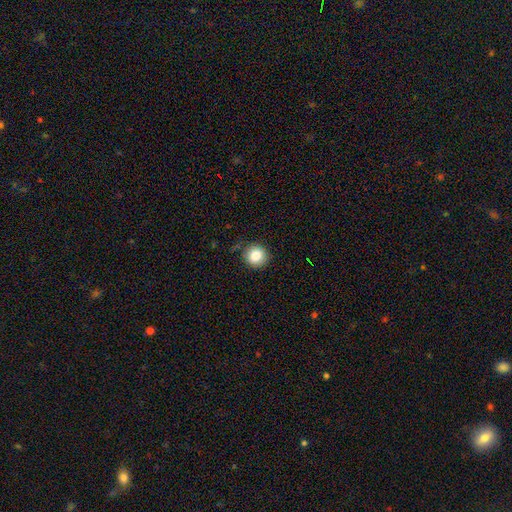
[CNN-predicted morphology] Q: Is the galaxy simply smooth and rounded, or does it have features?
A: smooth — 84%.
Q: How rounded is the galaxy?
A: round — 92%.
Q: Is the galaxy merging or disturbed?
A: none — 86%.